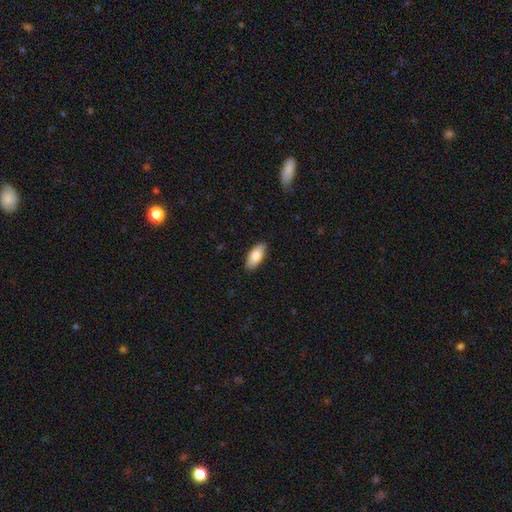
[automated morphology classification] smooth 80%, featured or disk 15%, star or artifact 6%. Down the decision tree: how rounded — in between (87%); merging — none (88%).